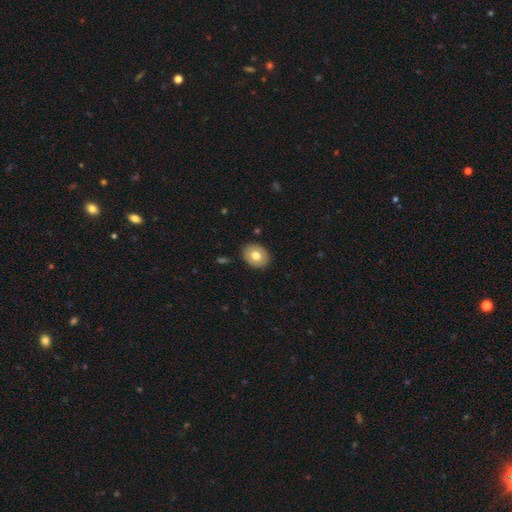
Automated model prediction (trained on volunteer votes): This appears to be a smooth galaxy with no disk features (72%) that is in between round and cigar-shaped (50%, tied with round). Merging: none (89%).